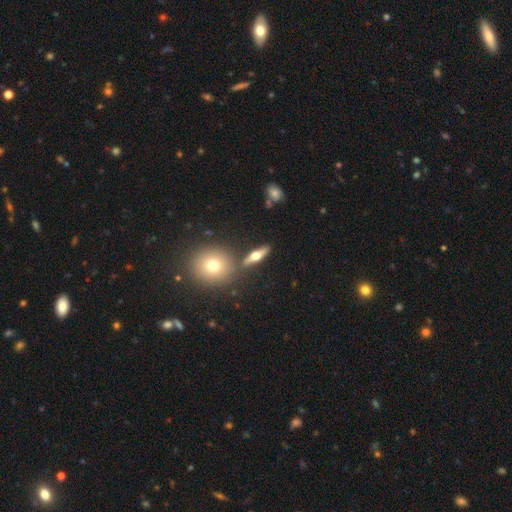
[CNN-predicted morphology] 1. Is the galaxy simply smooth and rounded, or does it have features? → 58% featured or disk, 34% smooth, 8% star or artifact.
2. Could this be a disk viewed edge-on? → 90% yes, 10% no.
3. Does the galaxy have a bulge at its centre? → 96% rounded, 2% boxy, 2% none.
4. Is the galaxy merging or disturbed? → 82% none, 8% minor disturbance, 7% merger, 3% major disturbance.